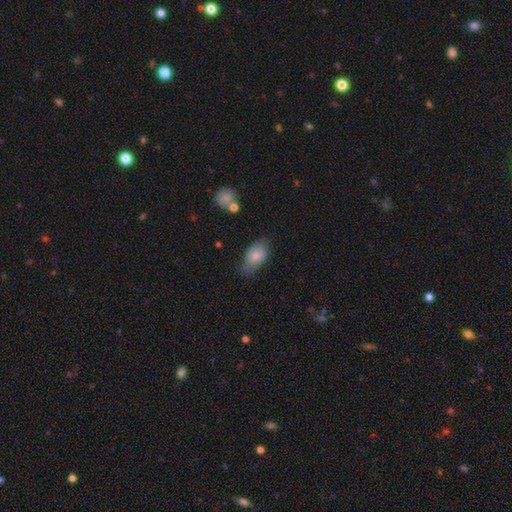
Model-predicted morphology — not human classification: A smooth galaxy with no disk features (74%) that is in between round and cigar-shaped (90%).

Vote fractions:
- Smooth or featured? smooth: 74% / featured or disk: 19% / star or artifact: 7%
- How rounded? in between: 90% / round: 8% / cigar-shaped: 2%
- Merging? none: 52% / minor disturbance: 35% / major disturbance: 11% / merger: 2%